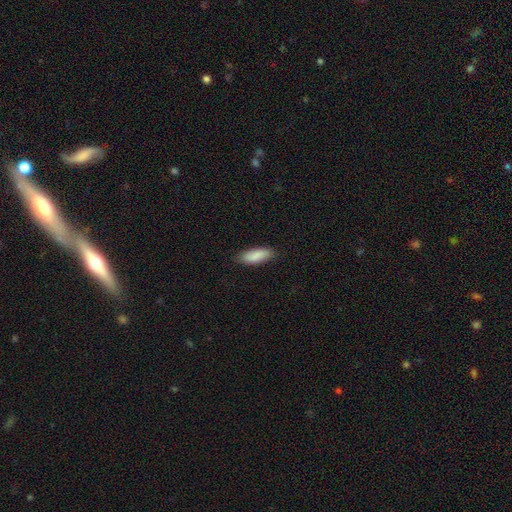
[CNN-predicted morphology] smooth_or_featured: smooth (p=0.88) [alt: star or artifact p=0.06]
how_rounded: in between (p=0.68) [alt: cigar-shaped p=0.30]
merging: none (p=0.85) [alt: minor disturbance p=0.12]